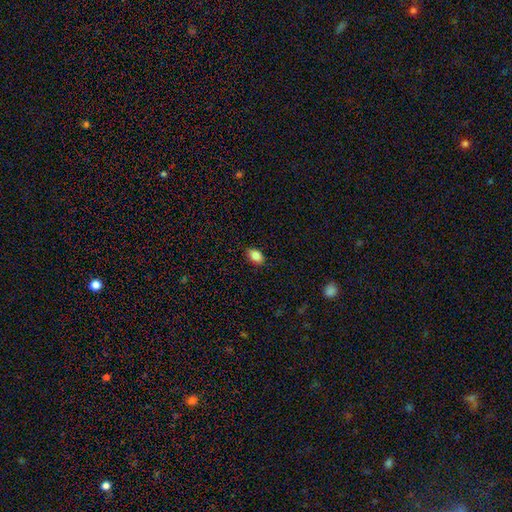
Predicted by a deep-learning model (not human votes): Smooth or featured?
  - smooth: 86% *
  - star or artifact: 8%
  - featured or disk: 6%
How rounded?
  - in between: 84% *
  - round: 14%
  - cigar-shaped: 2%
Merging?
  - none: 83% *
  - minor disturbance: 14%
  - major disturbance: 2%
  - merger: 1%